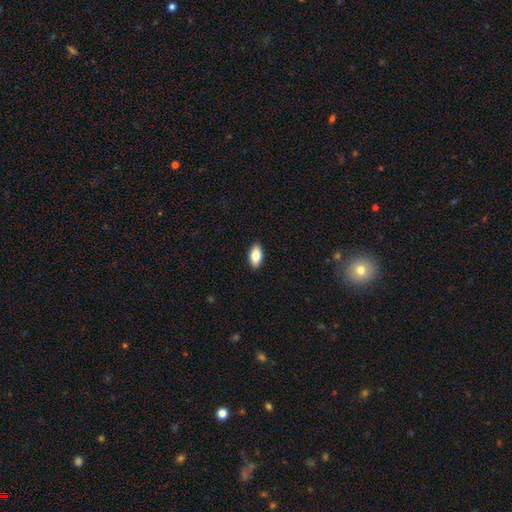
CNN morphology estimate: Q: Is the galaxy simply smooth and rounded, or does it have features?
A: smooth — 83%.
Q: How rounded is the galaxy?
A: in between — 92%.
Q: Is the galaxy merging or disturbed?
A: none — 90%.